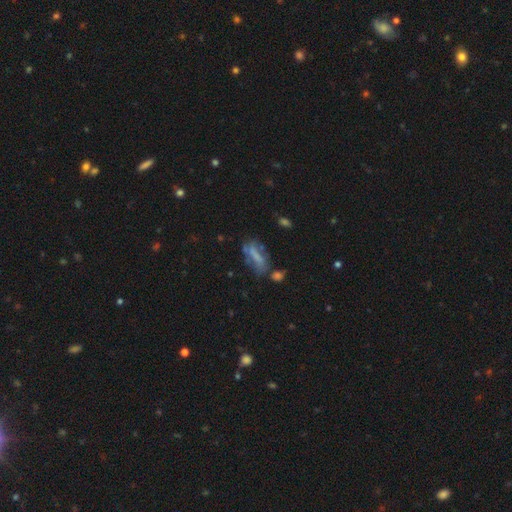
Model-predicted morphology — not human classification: This is possibly a smooth galaxy (51%). How rounded: possibly in between (56%). Merging: marginally none (43%).